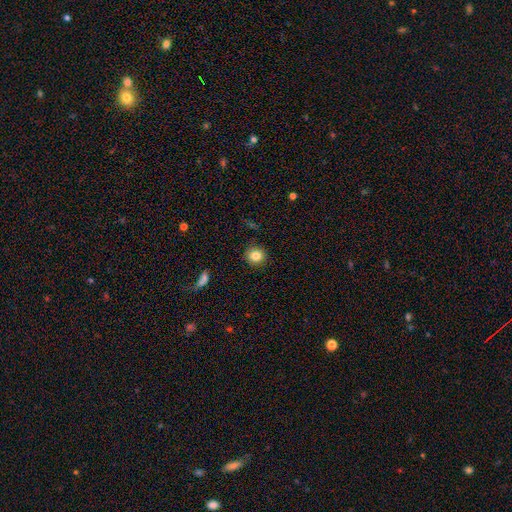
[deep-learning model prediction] A smooth galaxy with no disk features (84%) that is round (87%).

Vote fractions:
- Smooth or featured? smooth: 84% / star or artifact: 10% / featured or disk: 6%
- How rounded? round: 87% / in between: 12% / cigar-shaped: 1%
- Merging? none: 89% / minor disturbance: 7% / major disturbance: 2% / merger: 1%